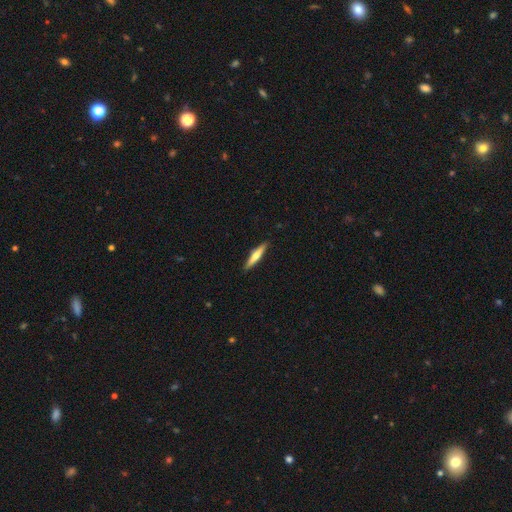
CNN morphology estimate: Overall: smooth (54%; featured or disk 40%). How rounded: cigar-shaped (88%). Merging: none (90%).